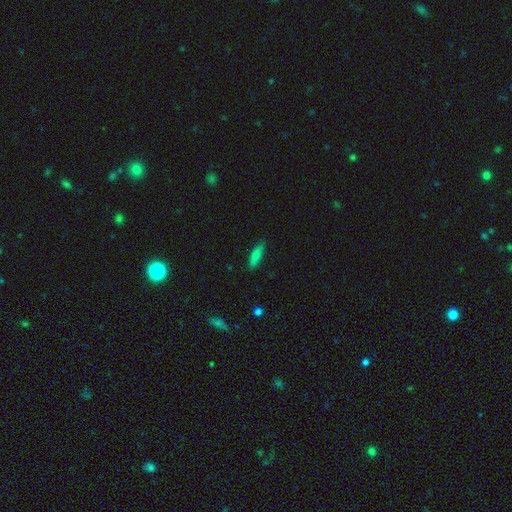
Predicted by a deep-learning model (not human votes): Smooth or featured?
  - smooth: 73% *
  - featured or disk: 20%
  - star or artifact: 8%
How rounded?
  - cigar-shaped: 61% *
  - in between: 37%
  - round: 2%
Merging?
  - none: 85% *
  - minor disturbance: 12%
  - major disturbance: 2%
  - merger: 1%